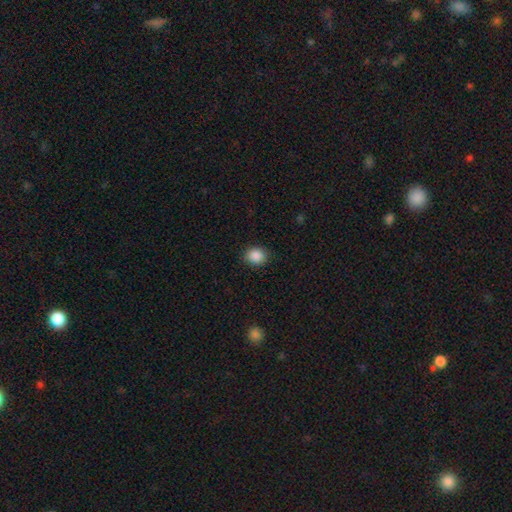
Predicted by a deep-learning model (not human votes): A smooth galaxy with no disk features (88%) that is round (70%). Merging: none (88%).